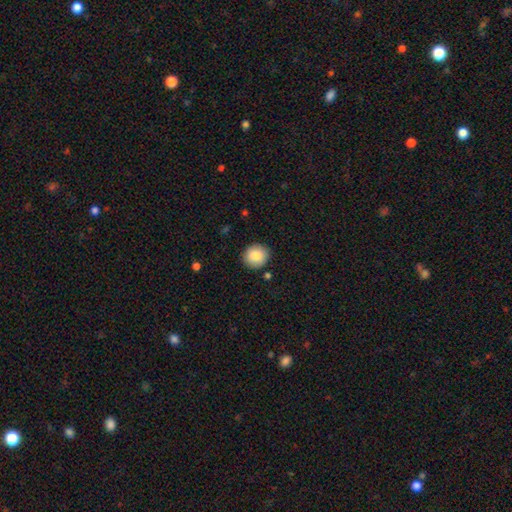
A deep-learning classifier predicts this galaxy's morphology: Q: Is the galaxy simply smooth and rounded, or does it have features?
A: smooth — 86%.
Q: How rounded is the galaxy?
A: round — 88%.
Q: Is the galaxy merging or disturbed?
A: none — 89%.